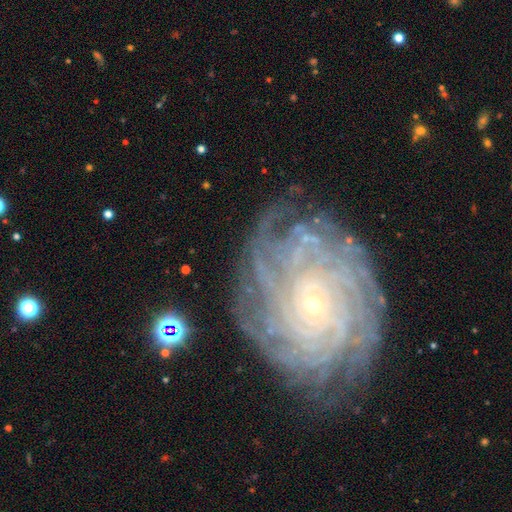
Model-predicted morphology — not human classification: Smooth or featured: featured or disk — 84% (smooth — 8%)
Edge-on disk: no — 97% (yes — 3%)
Bar: no — 78% (weak — 16%)
Spiral arms: yes — 96% (no — 4%)
Spiral winding: tight — 83% (medium — 13%)
Spiral arm count: more than 4 — 39% (can't tell — 22%)
Bulge size: small — 88% (moderate — 8%)
Merging: none — 80% (minor disturbance — 13%)